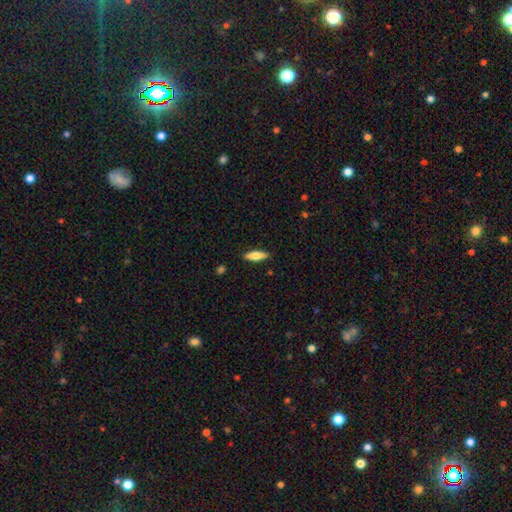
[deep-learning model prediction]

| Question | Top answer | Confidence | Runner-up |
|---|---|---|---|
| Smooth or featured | smooth | 73% | featured or disk (21%) |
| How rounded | cigar-shaped | 51% | in between (47%) |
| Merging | none | 88% | minor disturbance (9%) |